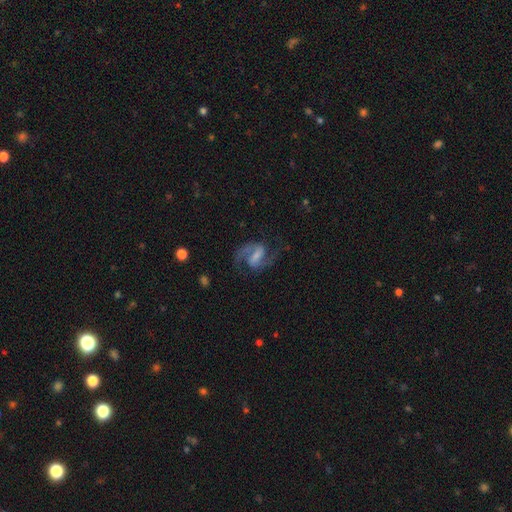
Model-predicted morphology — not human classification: The model was most divided on "bar": weak: 46%, strong: 39%, no: 15%. Remaining: edge-on disk — no (98%); spiral arms — yes (97%); spiral arm count — 2 (93%); smooth or featured — featured or disk (88%); merging — none (75%); spiral winding — medium (61%); bulge size — small (36%).